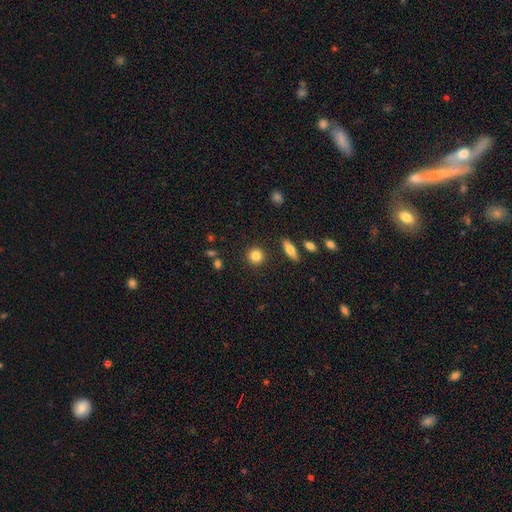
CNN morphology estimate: A smooth galaxy with no disk features (83%) that is round (91%).

Vote fractions:
- Smooth or featured? smooth: 83% / star or artifact: 9% / featured or disk: 7%
- How rounded? round: 91% / in between: 8% / cigar-shaped: 1%
- Merging? none: 89% / minor disturbance: 6% / merger: 3% / major disturbance: 2%